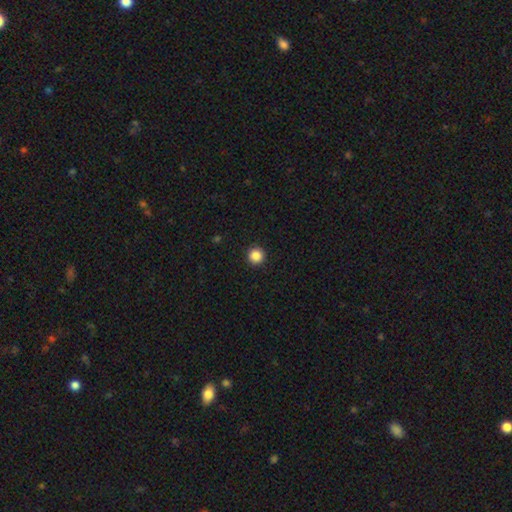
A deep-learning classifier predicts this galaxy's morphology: Overall: smooth (87%). How rounded: round (96%). Merging: none (93%).